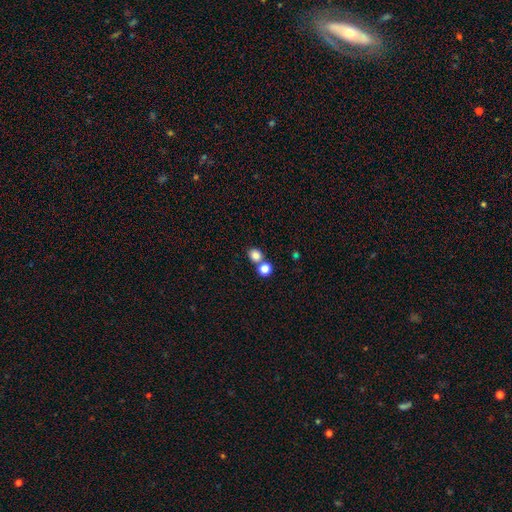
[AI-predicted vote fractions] A smooth galaxy with no disk features (81%) that is round (74%). Merging: none (61%).